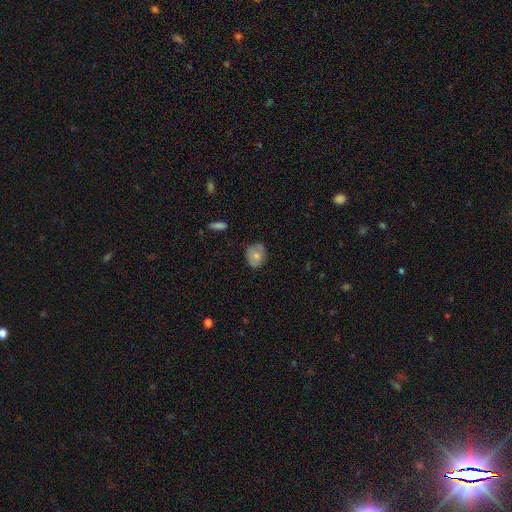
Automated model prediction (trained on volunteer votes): This is likely a smooth galaxy (68%). How rounded: possibly round (55%). Merging: likely none (70%).